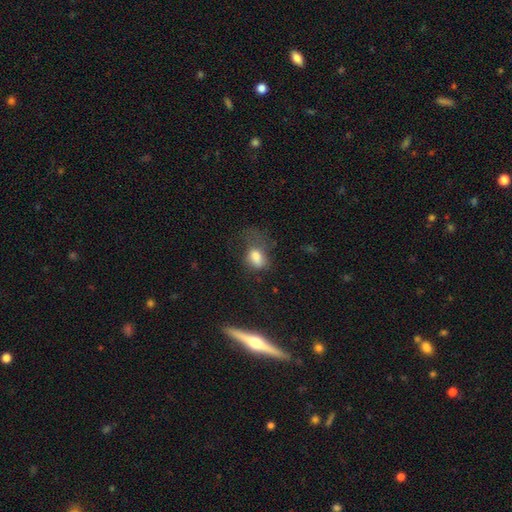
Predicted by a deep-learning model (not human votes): smooth 72%, featured or disk 16%, star or artifact 12%. Down the decision tree: how rounded — in between (80%); merging — major disturbance (49%).